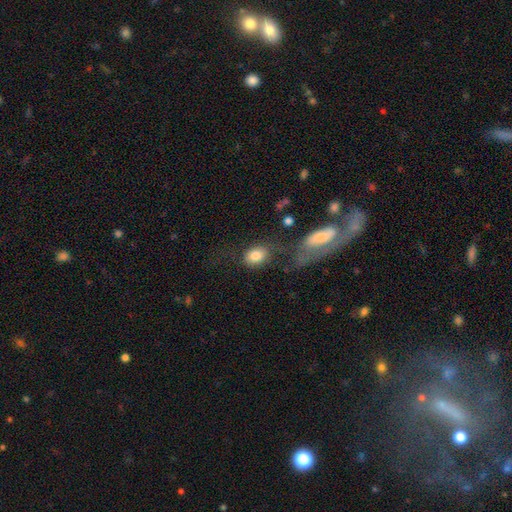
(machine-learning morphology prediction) Smooth or featured?
  - smooth: 83% *
  - featured or disk: 10%
  - star or artifact: 8%
How rounded?
  - in between: 69% *
  - round: 29%
  - cigar-shaped: 2%
Merging?
  - none: 54% *
  - minor disturbance: 17%
  - merger: 15%
  - major disturbance: 14%